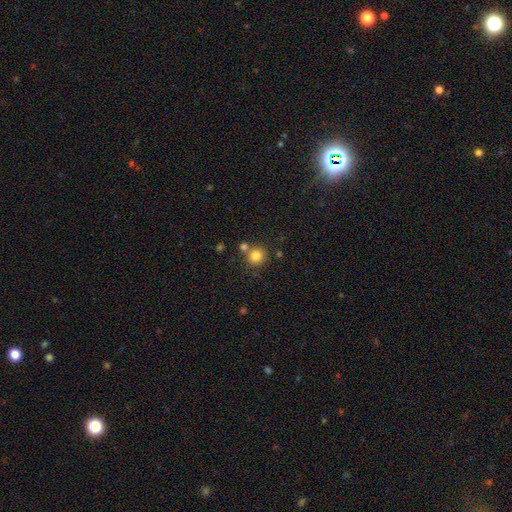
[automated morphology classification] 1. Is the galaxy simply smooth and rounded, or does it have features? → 83% smooth, 12% star or artifact, 6% featured or disk.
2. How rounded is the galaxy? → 91% round, 8% in between, 1% cigar-shaped.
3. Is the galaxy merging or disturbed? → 73% none, 16% merger, 8% minor disturbance, 3% major disturbance.